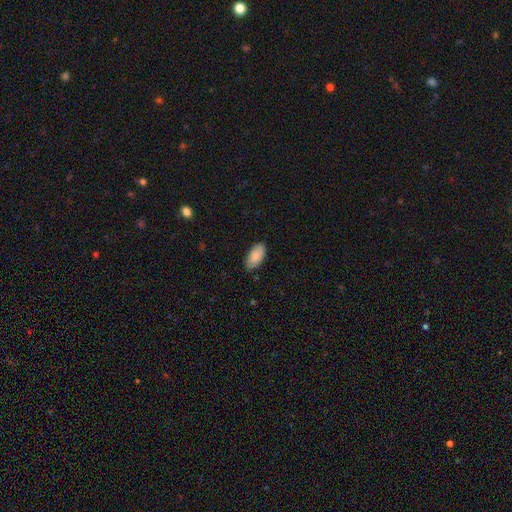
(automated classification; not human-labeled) Smooth or featured?
  - smooth: 87% *
  - featured or disk: 7%
  - star or artifact: 6%
How rounded?
  - in between: 94% *
  - cigar-shaped: 4%
  - round: 2%
Merging?
  - none: 84% *
  - minor disturbance: 13%
  - major disturbance: 2%
  - merger: 1%